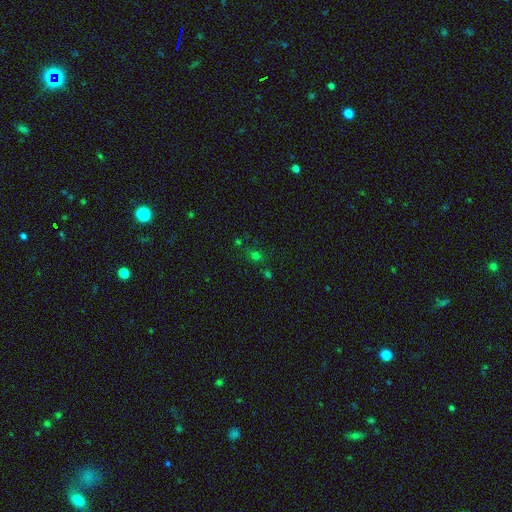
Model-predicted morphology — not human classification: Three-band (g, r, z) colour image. It shows a smooth galaxy with no disk features (57%) that is round (58%). Merging: none (70%).